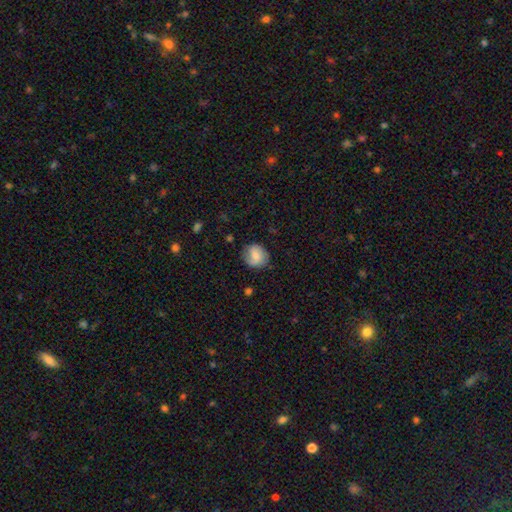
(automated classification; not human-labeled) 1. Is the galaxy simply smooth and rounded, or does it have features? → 66% smooth, 26% featured or disk, 8% star or artifact.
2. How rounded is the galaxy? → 77% round, 22% in between, 1% cigar-shaped.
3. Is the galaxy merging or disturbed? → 73% none, 19% minor disturbance, 6% major disturbance, 1% merger.